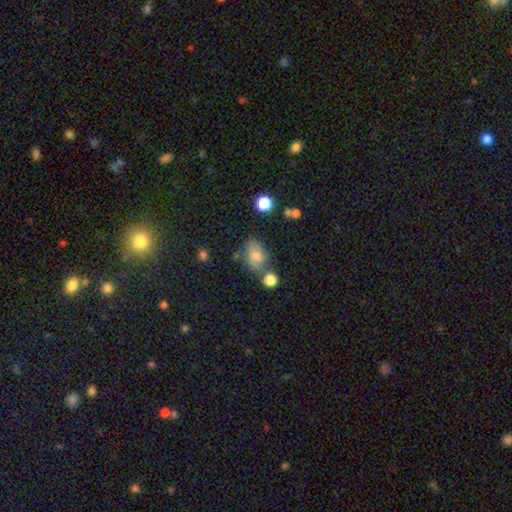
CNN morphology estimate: smooth 76%, star or artifact 12%, featured or disk 12%. Down the decision tree: how rounded — in between (81%); merging — none (63%).